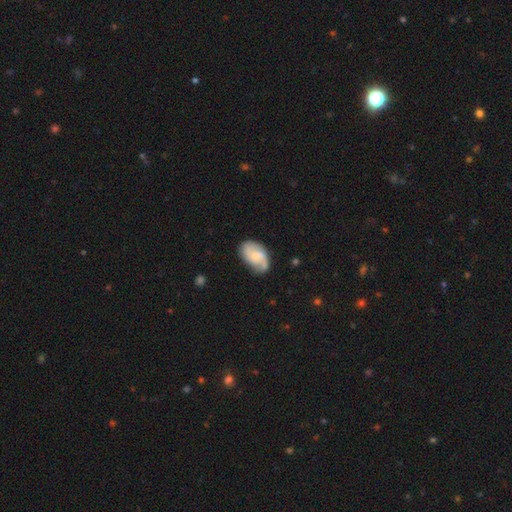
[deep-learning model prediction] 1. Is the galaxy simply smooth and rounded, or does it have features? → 56% featured or disk, 37% smooth, 6% star or artifact.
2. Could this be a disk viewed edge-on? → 97% no, 3% yes.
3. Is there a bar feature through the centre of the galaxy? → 58% no, 36% weak, 6% strong.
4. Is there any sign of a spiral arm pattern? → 88% yes, 12% no.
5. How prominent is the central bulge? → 51% small, 26% moderate, 19% none, 3% large, 1% dominant.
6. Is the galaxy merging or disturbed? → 60% none, 27% minor disturbance, 9% major disturbance, 4% merger.